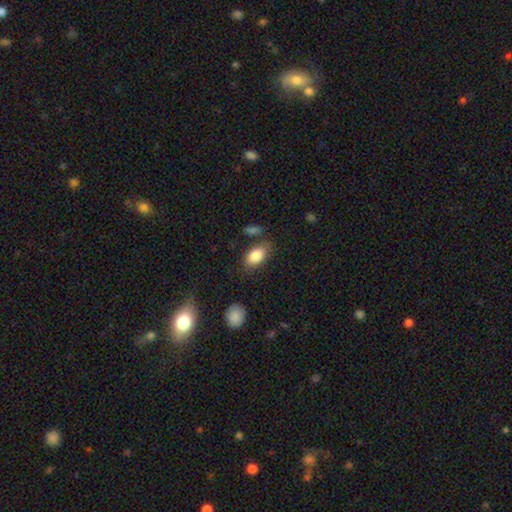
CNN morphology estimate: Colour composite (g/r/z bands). It shows a smooth galaxy with no disk features (85%) that is in between round and cigar-shaped (92%). Merging: none (74%).